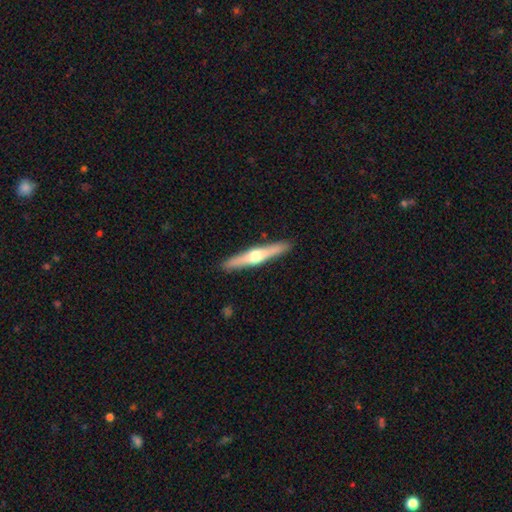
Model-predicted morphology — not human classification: Smooth or featured? Predicted: featured or disk (p=0.63). Edge-on disk? Predicted: yes (p=0.97). Edge-on bulge? Predicted: rounded (p=0.94). Merging? Predicted: none (p=0.91).